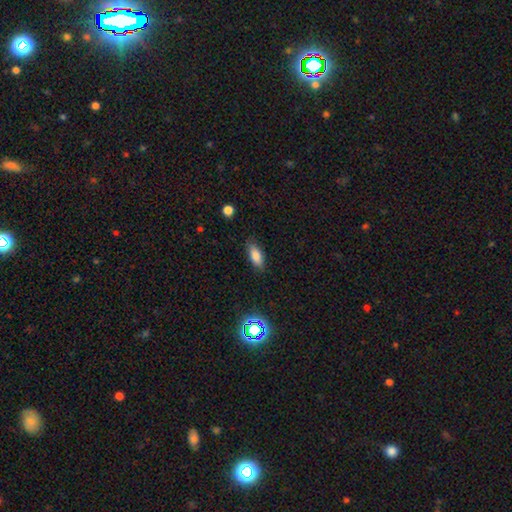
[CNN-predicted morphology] A smooth galaxy with no disk features (81%) that is in between round and cigar-shaped (80%). Merging: none (83%).